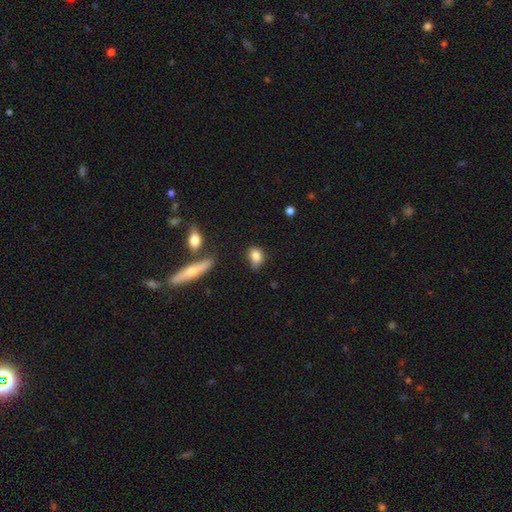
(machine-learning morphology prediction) Smooth or featured: smooth — 83% (star or artifact — 8%)
How rounded: in between — 69% (round — 28%)
Merging: none — 59% (minor disturbance — 28%)